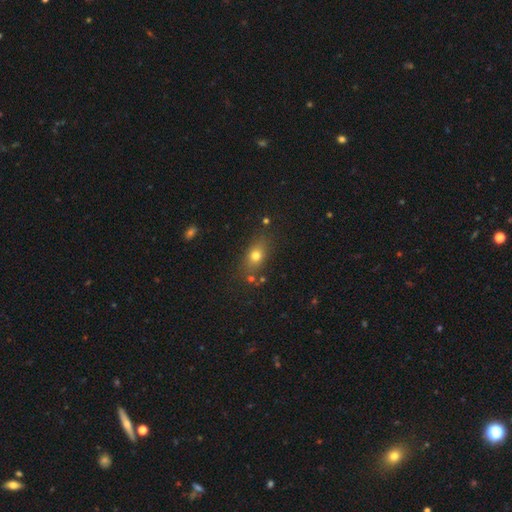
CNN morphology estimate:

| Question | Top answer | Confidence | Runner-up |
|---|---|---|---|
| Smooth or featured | smooth | 72% | star or artifact (15%) |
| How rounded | in between | 63% | round (31%) |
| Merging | none | 76% | minor disturbance (14%) |